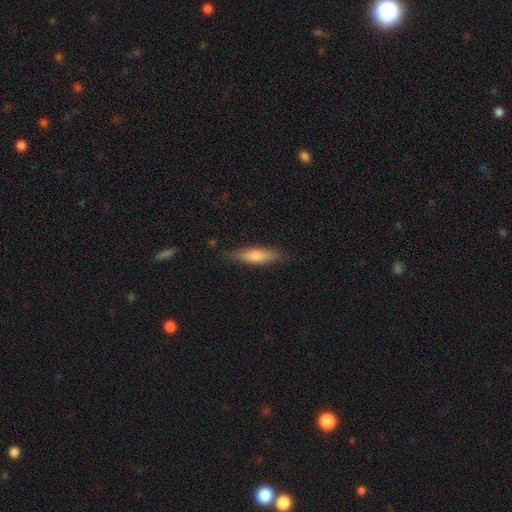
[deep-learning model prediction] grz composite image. It shows a smooth galaxy with no disk features (69%) that is cigar-shaped (68%). Merging: none (80%).